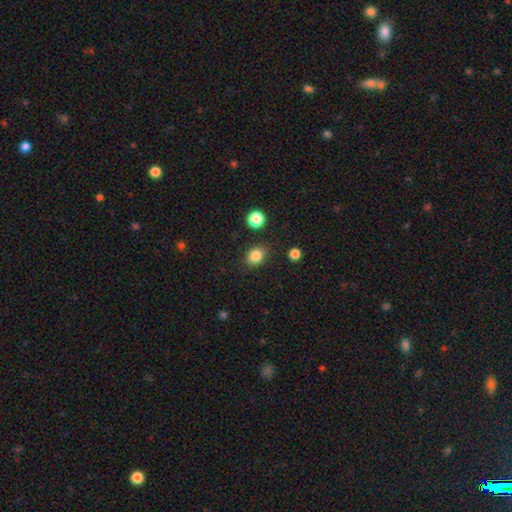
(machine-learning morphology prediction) smooth 84%, star or artifact 11%, featured or disk 5%. Down the decision tree: how rounded — round (56%); merging — none (82%).